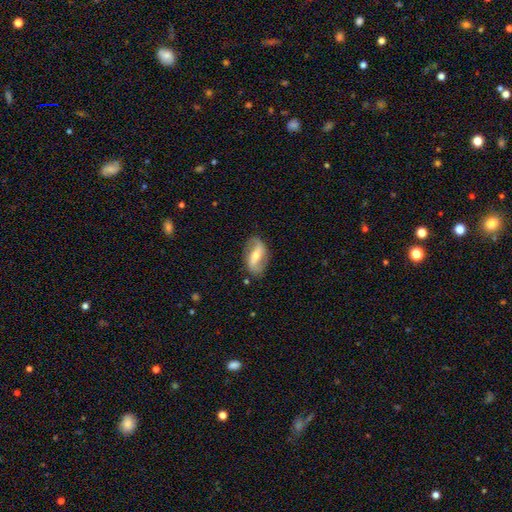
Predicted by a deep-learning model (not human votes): This is likely a featured or disk galaxy (75%). It is clearly not viewed edge-on (93%). Bar: possibly strong (51%). Spiral arm pattern: clearly yes (85%). Spiral arm count: clearly 2 (89%). Spiral winding: possibly loose (55%). Central bulge: possibly moderate (53%). Merging: likely none (80%).